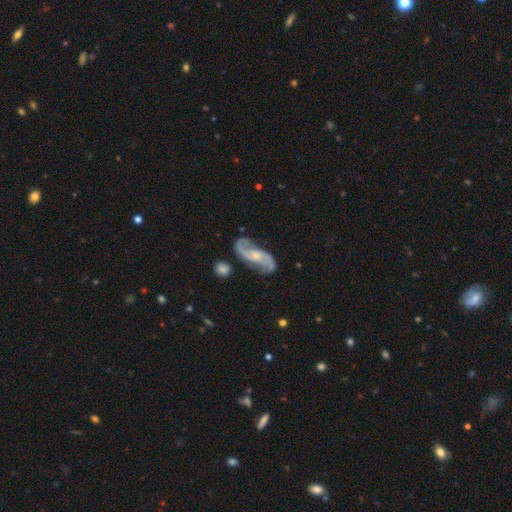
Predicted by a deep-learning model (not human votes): A featured or disk galaxy (88%) with no bar (52%), 2 (92%) medium (47%) spiral arms (97%) and a moderate central bulge (47%).

Vote fractions:
- Smooth or featured? featured or disk: 88% / smooth: 7% / star or artifact: 5%
- Edge-on disk? no: 96% / yes: 4%
- Bar? no: 52% / weak: 37% / strong: 11%
- Spiral arms? yes: 97% / no: 3%
- Spiral winding? medium: 47% / loose: 39% / tight: 14%
- Spiral arm count? 2: 92% / can't tell: 3% / 3: 2% / 1: 1% / 4: 1% / more than 4: 1%
- Bulge size? moderate: 47% / small: 43% / none: 5% / large: 3% / dominant: 1%
- Merging? none: 76% / minor disturbance: 15% / major disturbance: 6% / merger: 3%